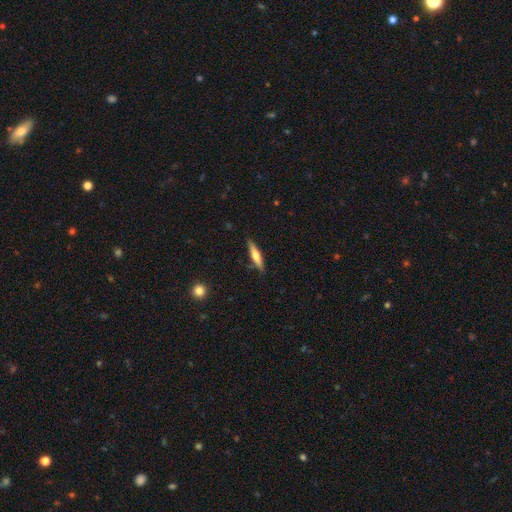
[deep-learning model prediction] Smooth or featured?
  - smooth: 54% *
  - featured or disk: 40%
  - star or artifact: 6%
How rounded?
  - cigar-shaped: 83% *
  - in between: 15%
  - round: 2%
Merging?
  - none: 86% *
  - minor disturbance: 10%
  - major disturbance: 2%
  - merger: 1%